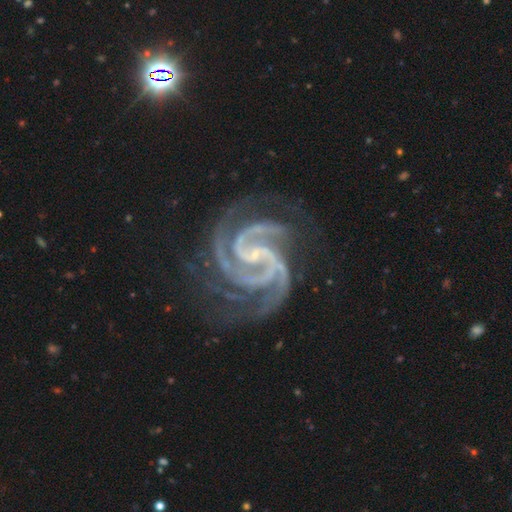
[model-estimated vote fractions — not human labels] Morphology: type=featured or disk (94%); edge-on=no (99%); bar=weak (37%); spiral arms=yes (99%); winding=medium (48%); arm count=3 (43%); bulge=small (79%); merging=none (68%).